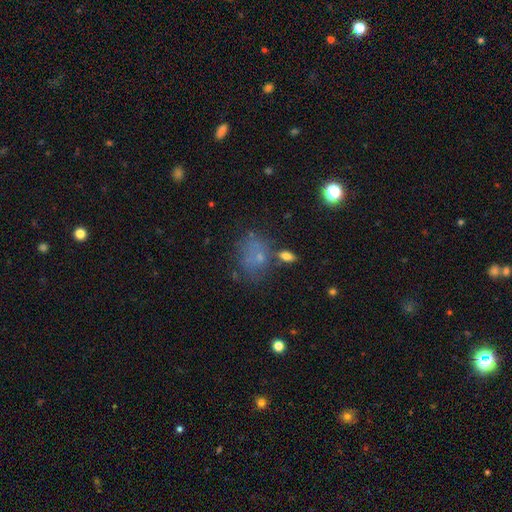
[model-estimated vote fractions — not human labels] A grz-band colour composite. It shows a smooth galaxy with no disk features (57%) that is in between round and cigar-shaped (61%). Merging: none (51%).